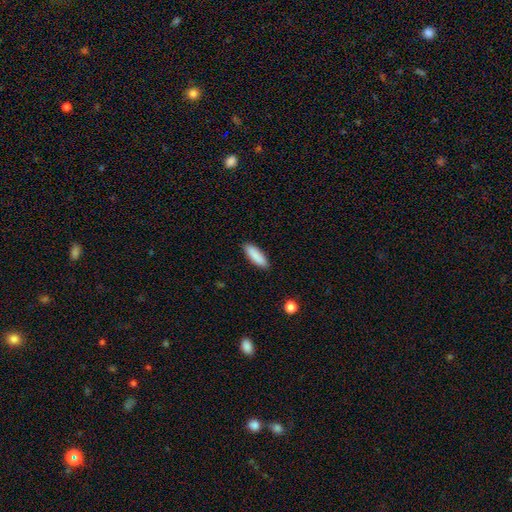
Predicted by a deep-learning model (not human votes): Smooth or featured? Predicted: smooth (p=0.88). How rounded? Predicted: in between (p=0.53). Merging? Predicted: none (p=0.88).